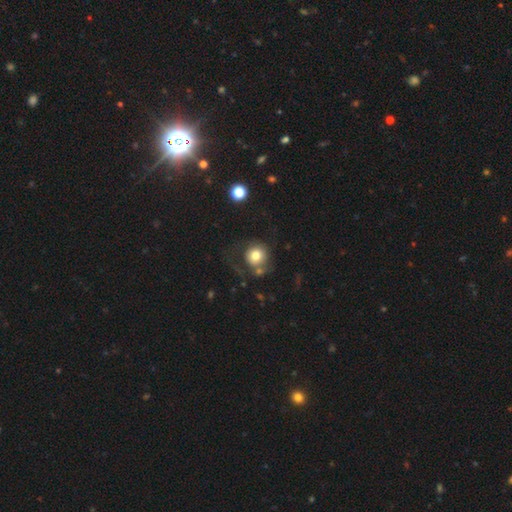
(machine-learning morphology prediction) Q: Smooth or featured?
A: smooth (76%); runner-up: featured or disk (14%)
Q: How rounded?
A: round (89%); runner-up: in between (10%)
Q: Merging?
A: none (56%); runner-up: major disturbance (17%)